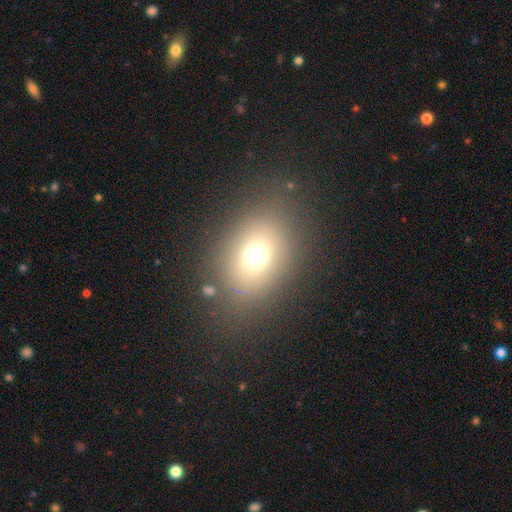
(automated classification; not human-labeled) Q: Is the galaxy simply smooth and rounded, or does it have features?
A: smooth — 69%.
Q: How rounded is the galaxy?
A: in between — 60%.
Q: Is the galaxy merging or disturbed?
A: none — 80%.